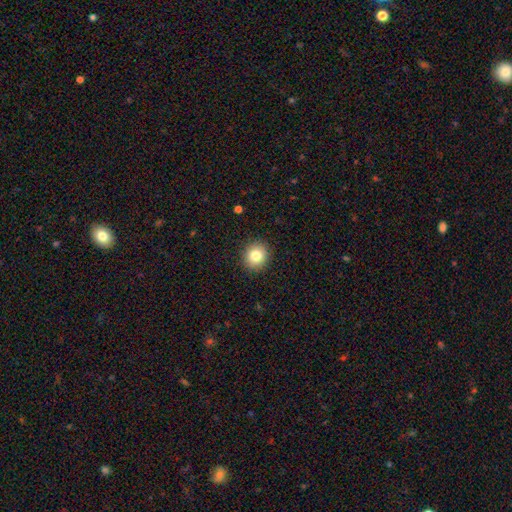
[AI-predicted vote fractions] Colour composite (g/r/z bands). It shows a smooth galaxy with no disk features (82%) that is round (85%). Merging: none (91%).